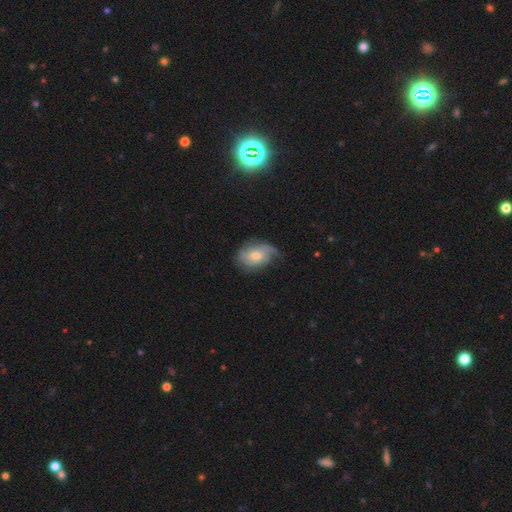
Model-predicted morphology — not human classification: Overall: featured or disk (71%). Edge-on disk: no (96%). Bar: no (60%; weak 34%). Spiral arms: yes (92%). Spiral arm count: can't tell (29%; 2 28%). Spiral winding: tight (40%; medium 38%). Bulge size: moderate (60%; small 34%). Merging: none (60%; minor disturbance 27%).